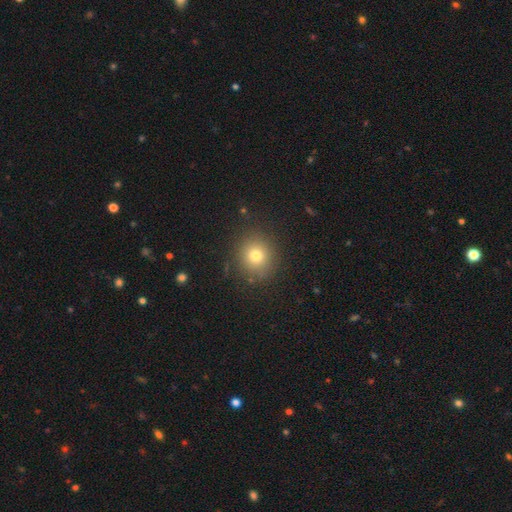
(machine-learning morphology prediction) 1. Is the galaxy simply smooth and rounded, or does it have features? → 76% smooth, 15% star or artifact, 10% featured or disk.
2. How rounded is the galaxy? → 84% round, 15% in between, 1% cigar-shaped.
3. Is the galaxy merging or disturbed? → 86% none, 9% minor disturbance, 3% major disturbance, 2% merger.